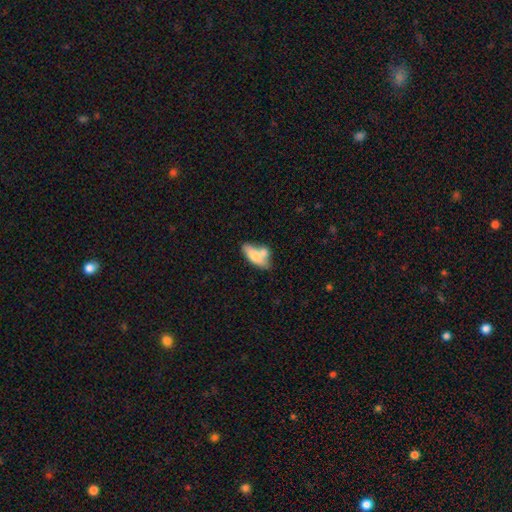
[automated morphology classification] smooth_or_featured: smooth (p=0.70) [alt: featured or disk p=0.24]
how_rounded: in between (p=0.77) [alt: cigar-shaped p=0.20]
merging: merger (p=0.43) [alt: none p=0.36]